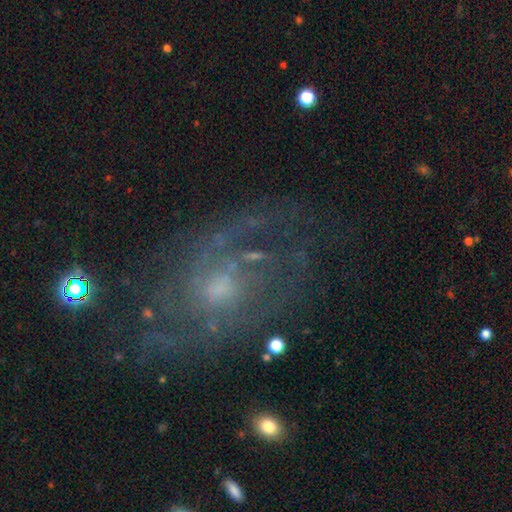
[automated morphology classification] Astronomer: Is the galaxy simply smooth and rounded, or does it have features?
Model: featured or disk — 79%.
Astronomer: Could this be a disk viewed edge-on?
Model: no — 96%.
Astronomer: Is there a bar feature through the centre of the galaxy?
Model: no — 68%.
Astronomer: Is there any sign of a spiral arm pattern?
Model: yes — 86%.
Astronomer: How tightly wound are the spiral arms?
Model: medium — 43% (runner-up: tight, 37%).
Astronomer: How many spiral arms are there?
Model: can't tell — 37% (runner-up: 2, 34%).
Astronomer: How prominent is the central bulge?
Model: small — 45% (runner-up: moderate, 40%).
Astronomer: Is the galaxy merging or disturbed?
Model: none — 68%.